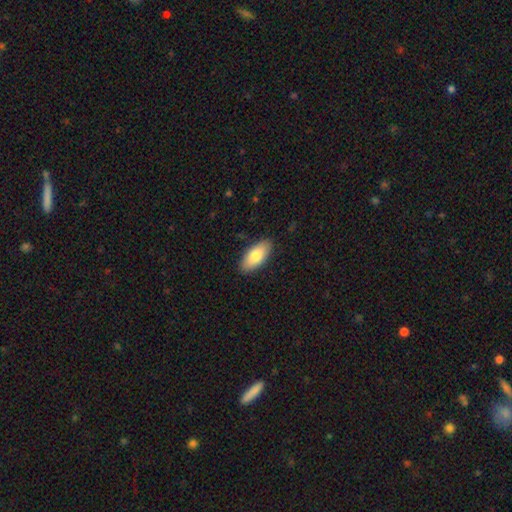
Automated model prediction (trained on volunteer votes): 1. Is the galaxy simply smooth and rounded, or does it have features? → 81% smooth, 13% featured or disk, 6% star or artifact.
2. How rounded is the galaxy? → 90% in between, 8% cigar-shaped, 2% round.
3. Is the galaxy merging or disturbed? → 88% none, 9% minor disturbance, 2% major disturbance, 1% merger.